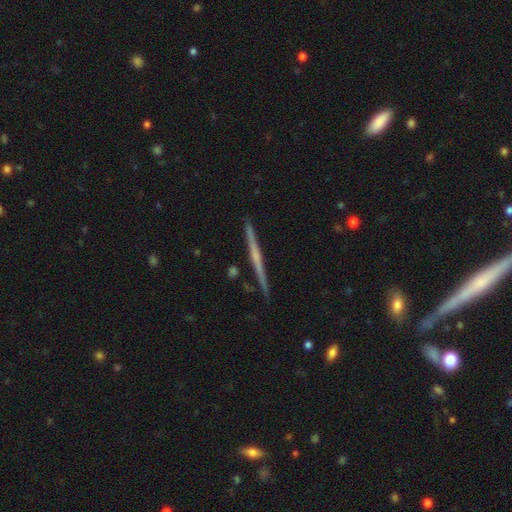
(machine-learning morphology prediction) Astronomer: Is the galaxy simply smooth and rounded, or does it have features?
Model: featured or disk — 73%.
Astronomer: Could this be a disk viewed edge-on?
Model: yes — 98%.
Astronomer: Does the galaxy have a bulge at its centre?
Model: none — 49% (runner-up: rounded, 42%).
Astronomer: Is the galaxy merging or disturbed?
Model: none — 91%.